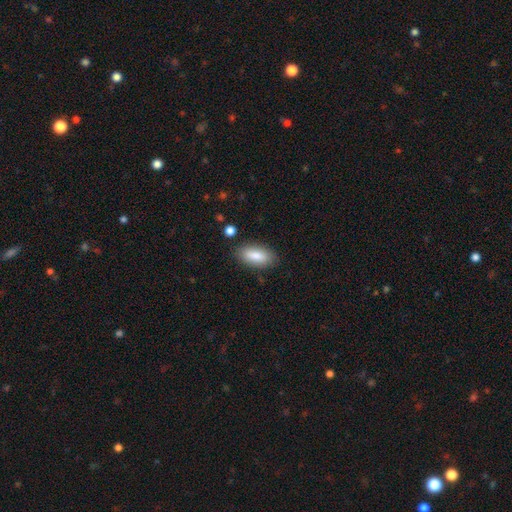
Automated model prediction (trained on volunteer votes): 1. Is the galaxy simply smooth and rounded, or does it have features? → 85% smooth, 9% featured or disk, 6% star or artifact.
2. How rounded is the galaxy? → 86% in between, 11% cigar-shaped, 2% round.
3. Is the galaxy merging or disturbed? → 84% none, 11% minor disturbance, 3% major disturbance, 2% merger.